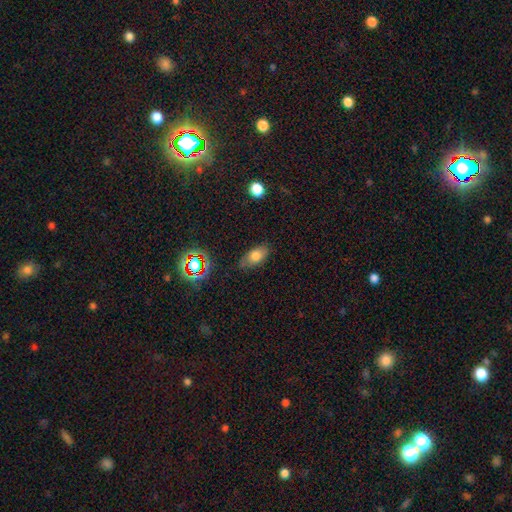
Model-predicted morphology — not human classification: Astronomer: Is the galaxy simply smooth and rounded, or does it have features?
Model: smooth — 73%.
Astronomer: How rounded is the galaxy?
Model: in between — 88%.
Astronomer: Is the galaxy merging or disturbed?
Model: none — 78%.